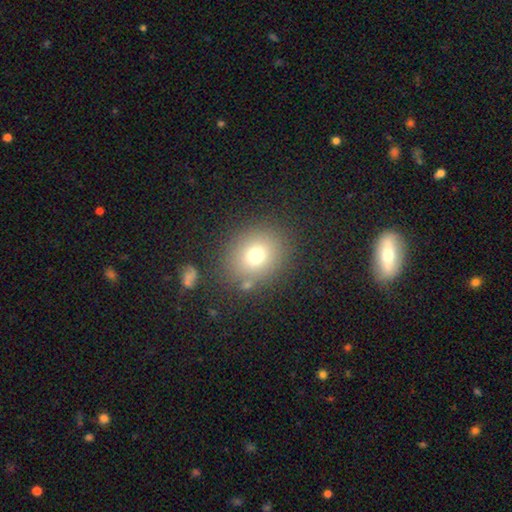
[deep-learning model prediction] This appears to be a smooth galaxy with no disk features (74%) that is round (73%). Merging: none (80%).